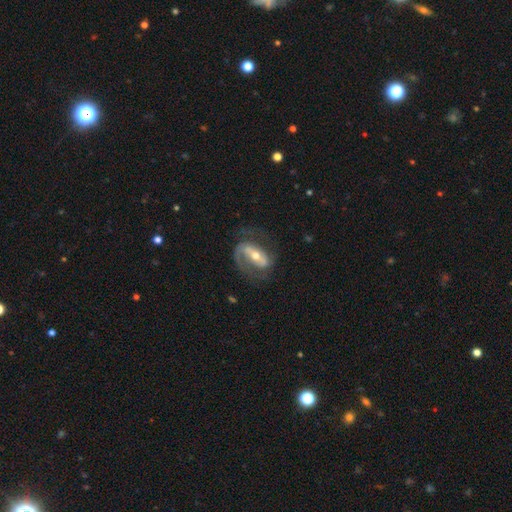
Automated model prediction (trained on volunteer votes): The model was most divided on "spiral winding": medium: 47%, tight: 27%, loose: 26%. More confident: edge-on disk — no (94%); spiral arms — yes (88%); smooth or featured — featured or disk (81%); spiral arm count — 2 (73%); merging — none (62%); bulge size — moderate (59%); bar — strong (53%).